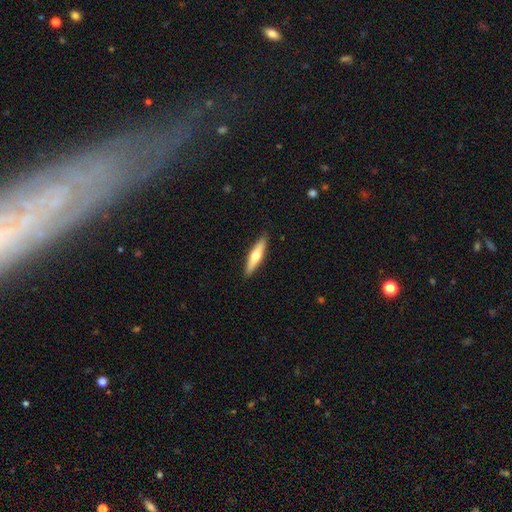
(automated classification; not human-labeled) This is possibly a smooth galaxy (51%). How rounded: likely cigar-shaped (78%). Merging: clearly none (90%).